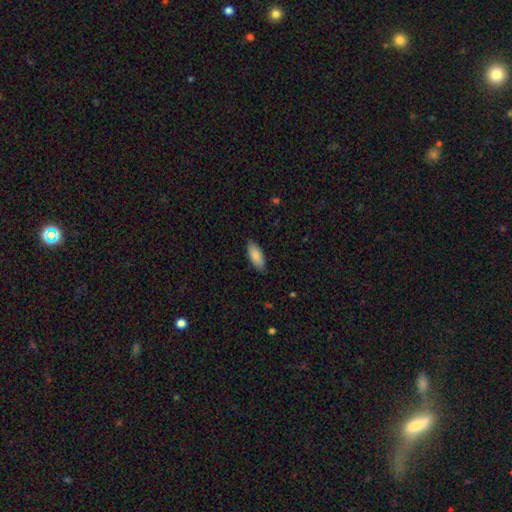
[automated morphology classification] A smooth galaxy with no disk features (87%) that is in between round and cigar-shaped (80%).

Vote fractions:
- Smooth or featured? smooth: 87% / featured or disk: 7% / star or artifact: 6%
- How rounded? in between: 80% / cigar-shaped: 18% / round: 2%
- Merging? none: 86% / minor disturbance: 10% / major disturbance: 2% / merger: 1%